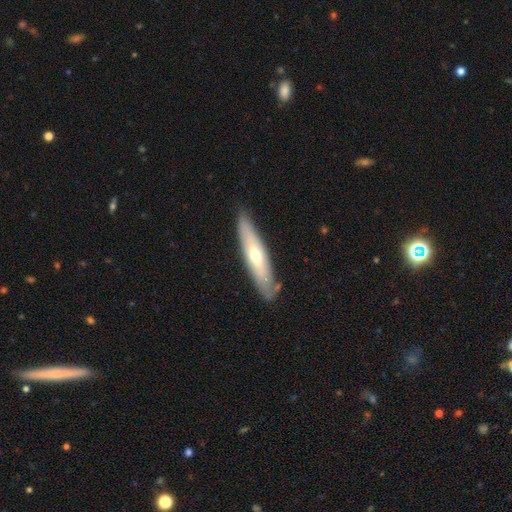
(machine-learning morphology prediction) Q: Smooth or featured?
A: featured or disk (50%); runner-up: smooth (44%)
Q: Merging?
A: none (82%); runner-up: minor disturbance (14%)